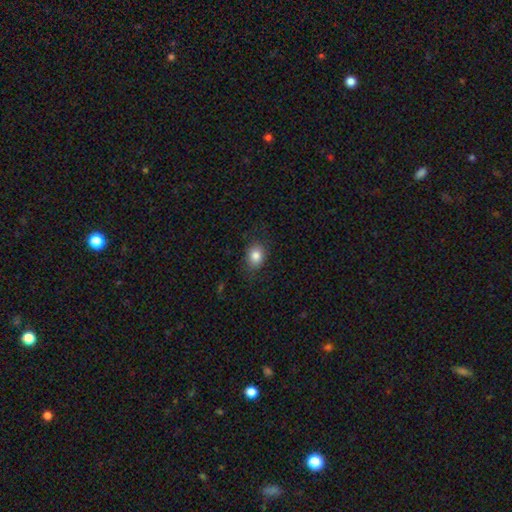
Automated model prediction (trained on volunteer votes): A smooth galaxy with no disk features (84%) that is in between round and cigar-shaped (55%).

Vote fractions:
- Smooth or featured? smooth: 84% / star or artifact: 10% / featured or disk: 7%
- How rounded? in between: 55% / round: 44% / cigar-shaped: 1%
- Merging? none: 82% / minor disturbance: 13% / major disturbance: 4% / merger: 1%